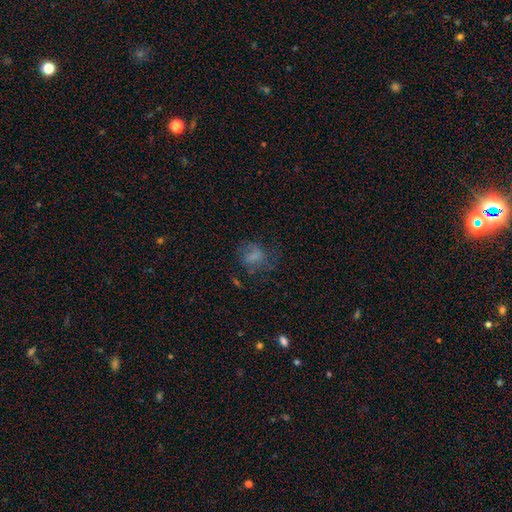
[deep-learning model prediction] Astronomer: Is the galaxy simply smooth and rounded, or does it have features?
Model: smooth — 57%.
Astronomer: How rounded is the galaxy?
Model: round — 50% (runner-up: in between, 48%).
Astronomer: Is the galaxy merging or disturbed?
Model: none — 49% (runner-up: major disturbance, 26%).